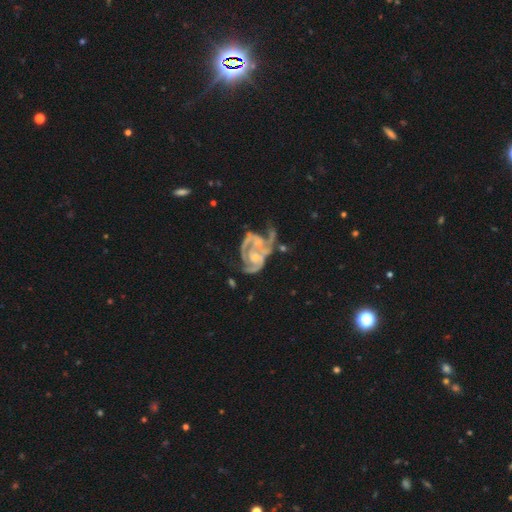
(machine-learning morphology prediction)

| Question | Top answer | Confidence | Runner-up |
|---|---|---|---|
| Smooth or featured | featured or disk | 87% | smooth (7%) |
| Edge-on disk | no | 98% | yes (2%) |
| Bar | no | 67% | weak (25%) |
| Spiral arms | yes | 92% | no (8%) |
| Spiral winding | medium | 43% | tight (42%) |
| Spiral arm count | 2 | 51% | 3 (19%) |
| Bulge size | small | 46% | moderate (33%) |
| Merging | major disturbance | 31% | merger (27%) |